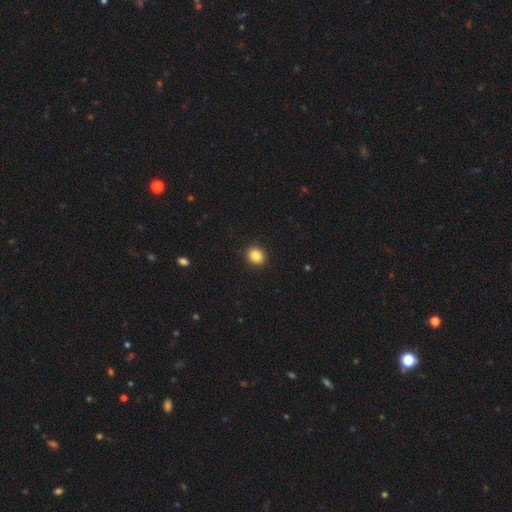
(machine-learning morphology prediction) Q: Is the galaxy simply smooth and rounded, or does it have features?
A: smooth — 85%.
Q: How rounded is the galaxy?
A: round — 73%.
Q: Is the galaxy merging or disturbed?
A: none — 92%.